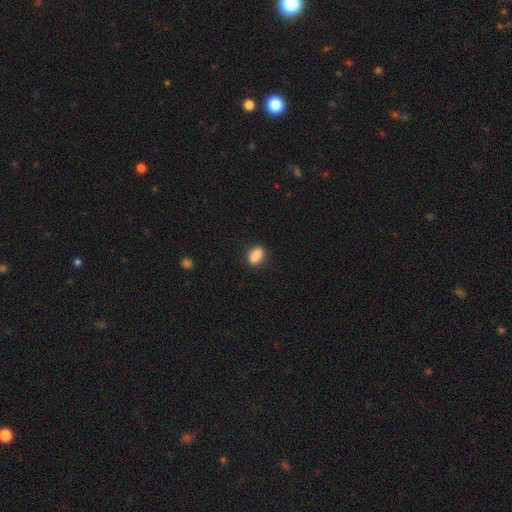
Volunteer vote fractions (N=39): Smooth or featured? 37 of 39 (95%) said smooth. How rounded? 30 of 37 (81%) said in between. Merging? 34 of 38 (89%) said none.